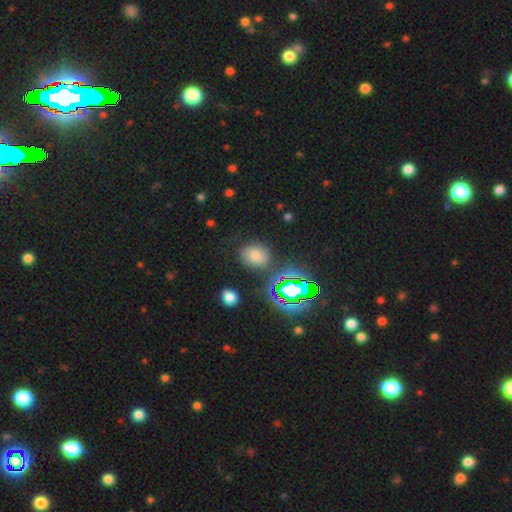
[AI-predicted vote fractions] Overall: smooth (66%). How rounded: round (51%; in between 48%). Merging: none (76%).